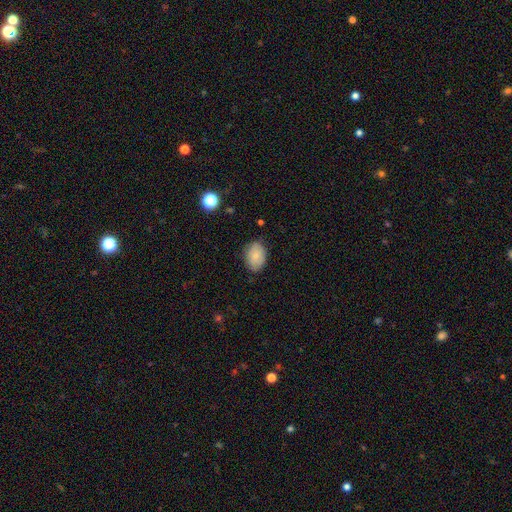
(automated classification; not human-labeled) This appears to be a smooth galaxy with no disk features (81%) that is in between round and cigar-shaped (78%). Merging: none (77%).